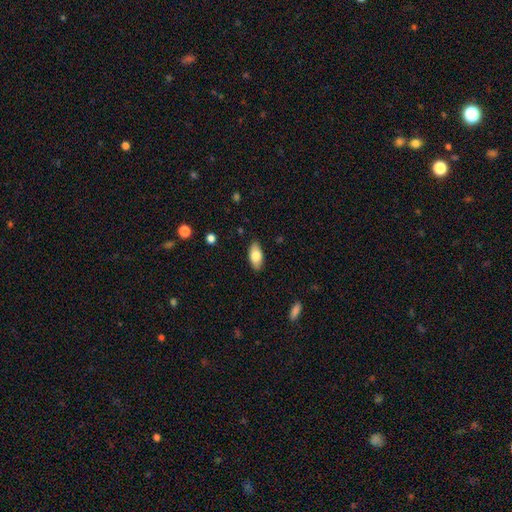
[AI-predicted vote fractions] Smooth or featured? Predicted: smooth (p=0.79). How rounded? Predicted: in between (p=0.91). Merging? Predicted: none (p=0.87).